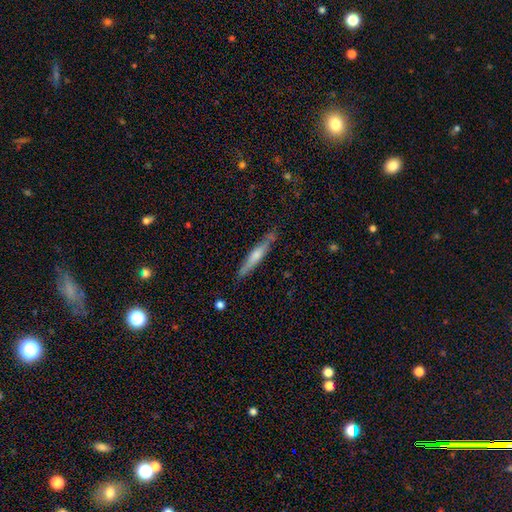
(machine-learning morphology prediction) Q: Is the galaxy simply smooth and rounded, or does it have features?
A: smooth — 48%.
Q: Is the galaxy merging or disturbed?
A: none — 84%.